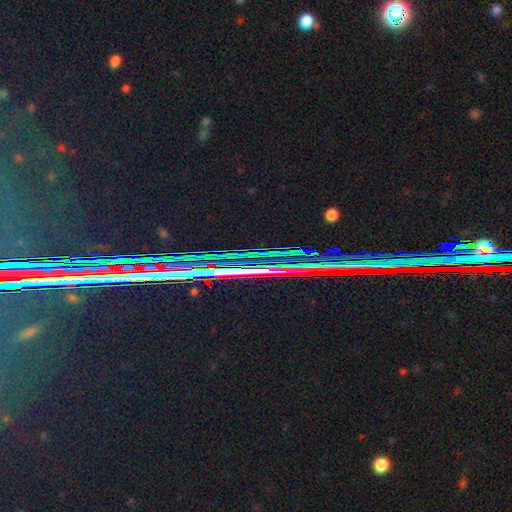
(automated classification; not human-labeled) Smooth or featured: star or artifact — 84% (featured or disk — 9%)